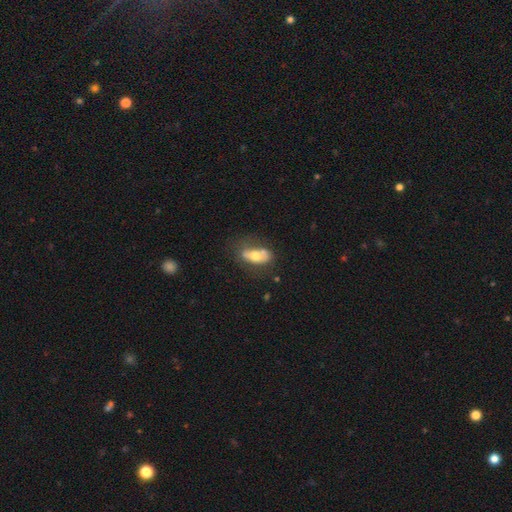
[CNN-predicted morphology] smooth-or-featured: smooth: 55% | featured or disk: 38% | star or artifact: 7%
  how-rounded: in between: 83% | cigar-shaped: 11% | round: 6%
  merging: none: 46% | minor disturbance: 24% | merger: 16% | major disturbance: 14%